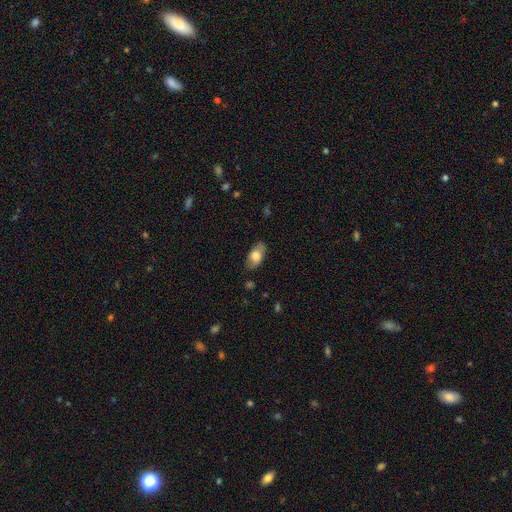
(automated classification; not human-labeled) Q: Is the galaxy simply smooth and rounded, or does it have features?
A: smooth — 70%.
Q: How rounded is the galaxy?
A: in between — 91%.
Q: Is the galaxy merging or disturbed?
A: none — 79%.